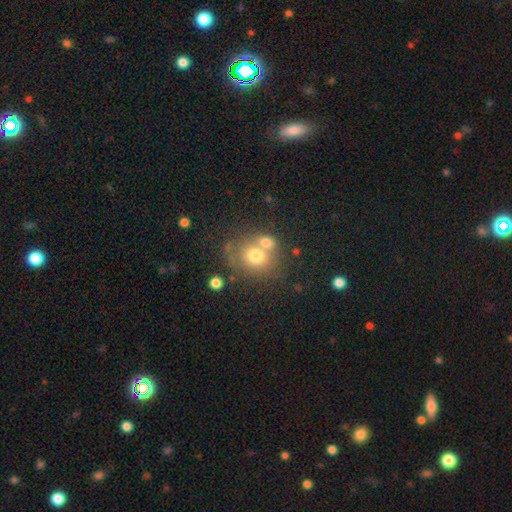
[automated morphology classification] smooth 68%, featured or disk 20%, star or artifact 11%. Down the decision tree: how rounded — round (67%); merging — merger (42%).